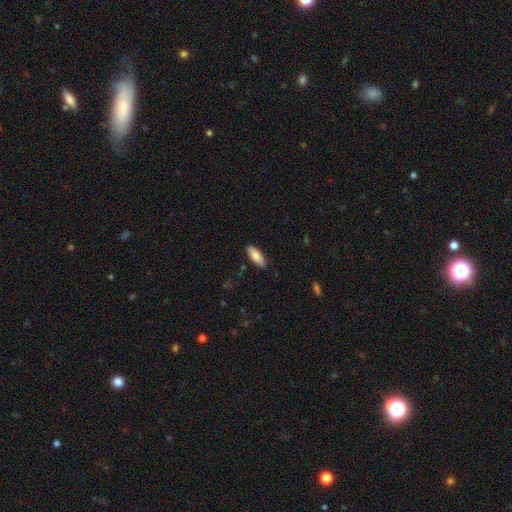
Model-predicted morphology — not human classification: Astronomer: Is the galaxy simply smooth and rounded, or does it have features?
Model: smooth — 82%.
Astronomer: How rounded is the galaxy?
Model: in between — 69%.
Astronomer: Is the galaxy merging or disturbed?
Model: none — 88%.